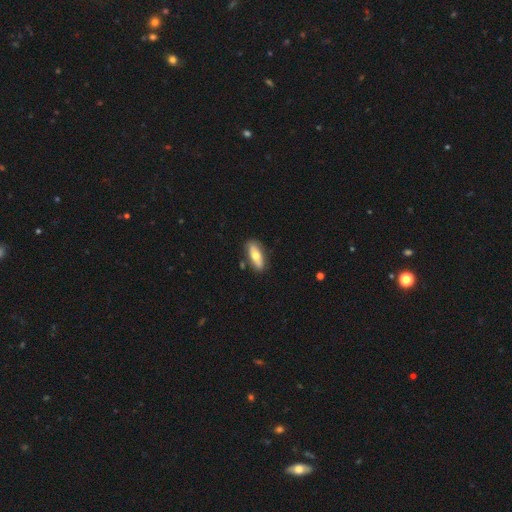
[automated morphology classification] Overall: smooth (61%; featured or disk 33%). How rounded: in between (72%). Merging: none (81%).